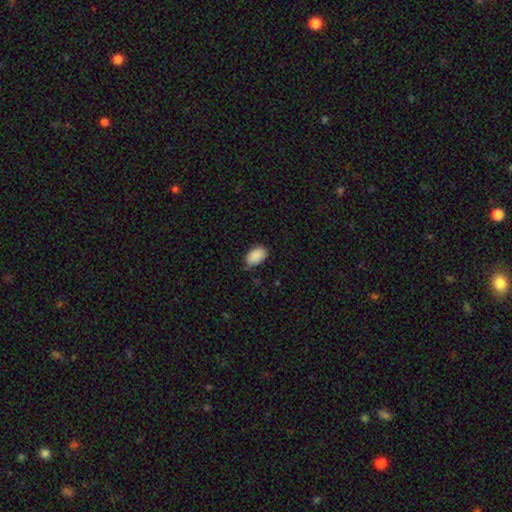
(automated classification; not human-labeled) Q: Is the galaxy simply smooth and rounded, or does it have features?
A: smooth — 90%.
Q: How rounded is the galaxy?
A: in between — 92%.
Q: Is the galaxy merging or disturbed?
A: none — 79%.